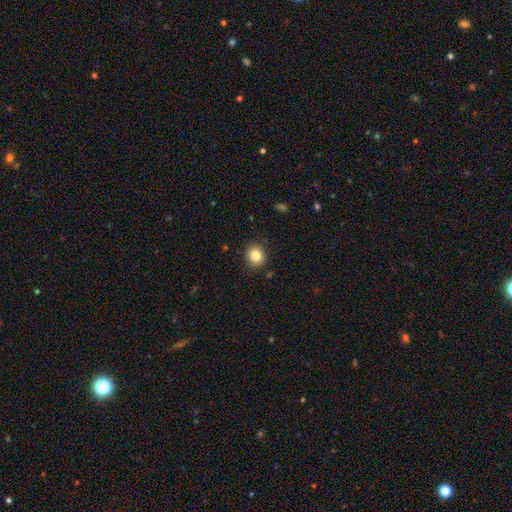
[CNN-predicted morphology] Smooth or featured: smooth — 83% (star or artifact — 10%)
How rounded: round — 76% (in between — 23%)
Merging: none — 89% (minor disturbance — 8%)